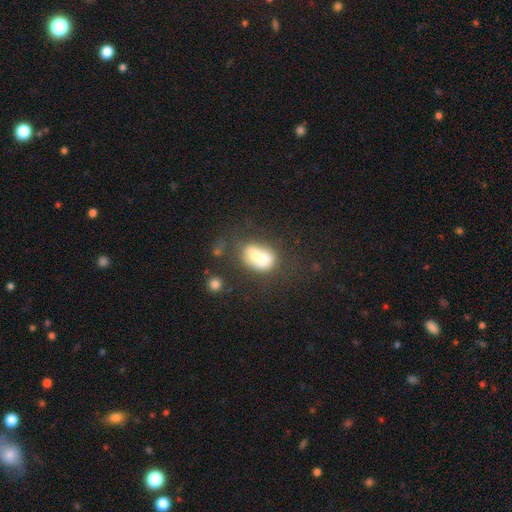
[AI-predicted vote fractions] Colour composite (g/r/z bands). It shows a smooth galaxy with no disk features (62%) that is in between round and cigar-shaped (55%). Merging: merger (64%).